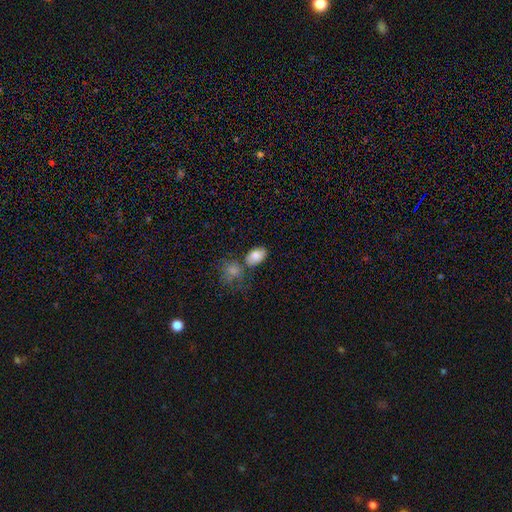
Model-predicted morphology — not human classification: smooth_or_featured: smooth (p=0.83) [alt: featured or disk p=0.09]
how_rounded: in between (p=0.88) [alt: round p=0.11]
merging: none (p=0.60) [alt: merger p=0.19]